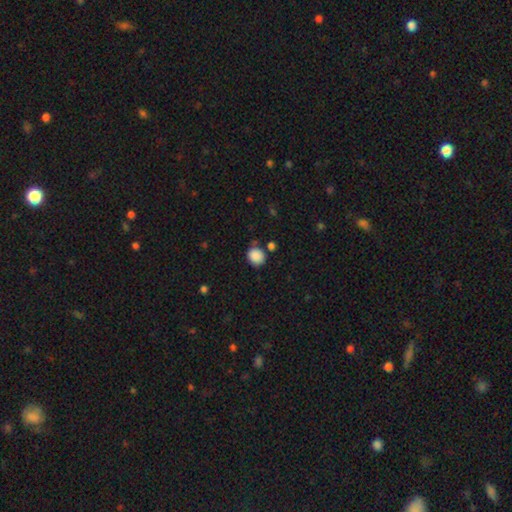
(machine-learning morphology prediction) smooth 88%, star or artifact 9%, featured or disk 3%. Down the decision tree: how rounded — round (78%); merging — none (75%).